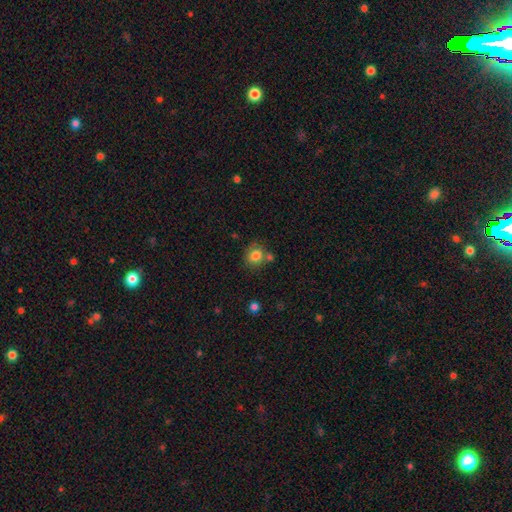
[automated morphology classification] Smooth or featured? smooth (81%)
How rounded? round (80%)
Merging? none (65%)